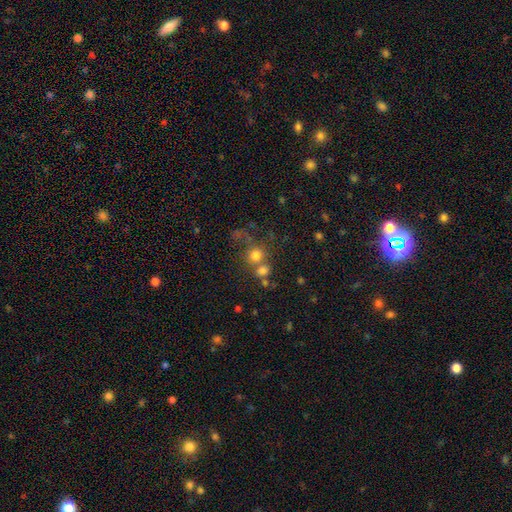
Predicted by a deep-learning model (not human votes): This appears to be a smooth galaxy with no disk features (72%) that is round (85%). Merging: none (47%).